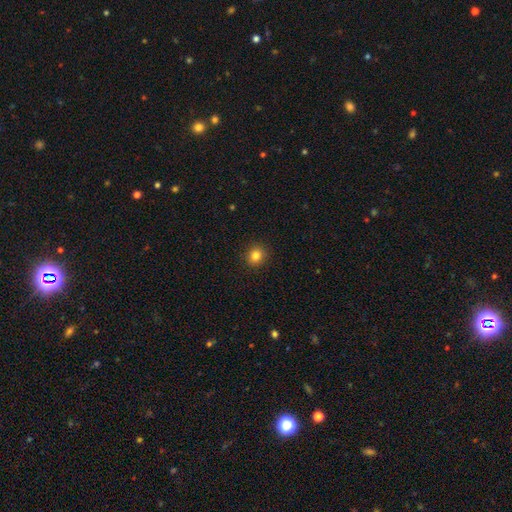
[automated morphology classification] A smooth galaxy with no disk features (83%) that is round (86%). Merging: none (91%).